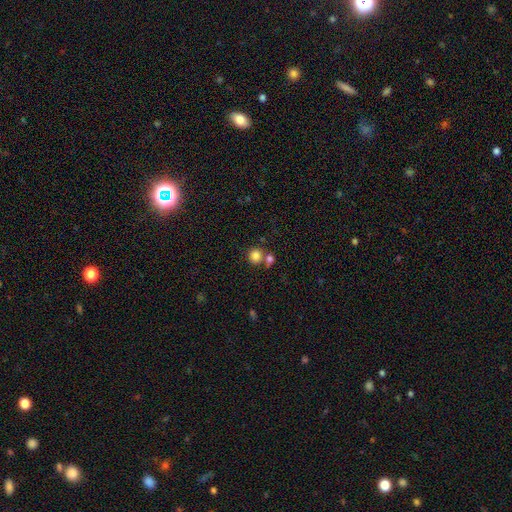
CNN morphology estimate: smooth-or-featured: smooth: 83% | star or artifact: 11% | featured or disk: 6%
  how-rounded: round: 89% | in between: 10% | cigar-shaped: 1%
  merging: none: 59% | merger: 29% | minor disturbance: 8% | major disturbance: 3%